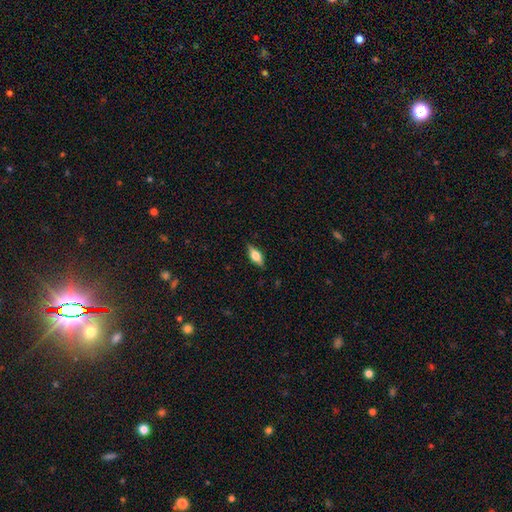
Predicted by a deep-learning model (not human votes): This appears to be a smooth galaxy with no disk features (47%). Merging: none (85%).